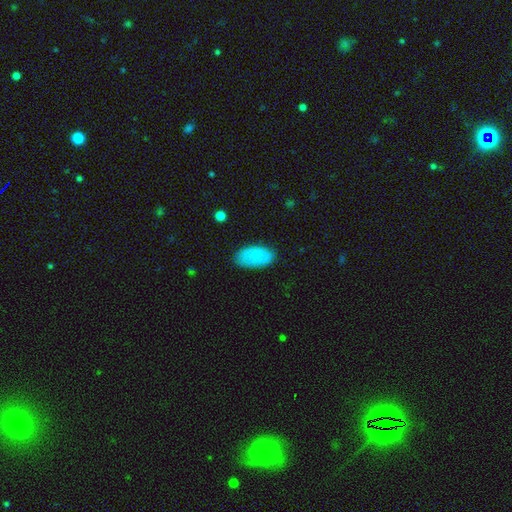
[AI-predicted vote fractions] Q: Smooth or featured?
A: smooth (81%); runner-up: featured or disk (12%)
Q: How rounded?
A: in between (95%); runner-up: round (3%)
Q: Merging?
A: none (82%); runner-up: minor disturbance (14%)